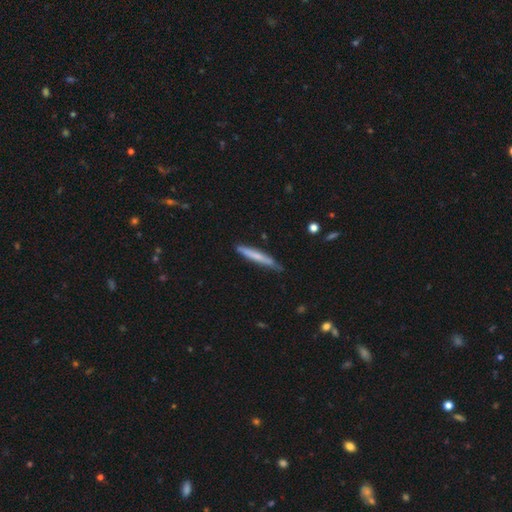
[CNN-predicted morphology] A smooth galaxy with no disk features (59%) that is cigar-shaped (95%). Merging: none (76%).